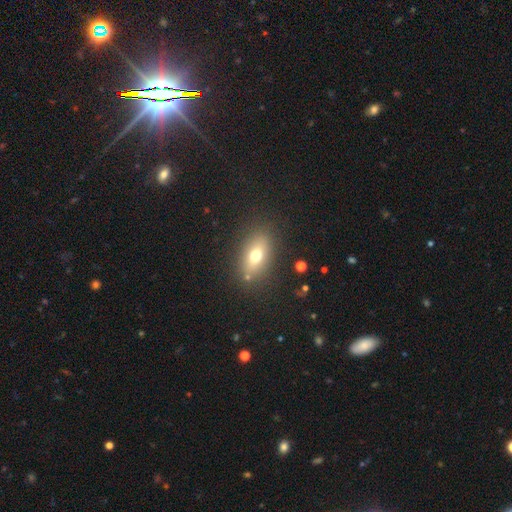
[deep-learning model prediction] A smooth galaxy with no disk features (68%) that is in between round and cigar-shaped (81%).

Vote fractions:
- Smooth or featured? smooth: 68% / featured or disk: 20% / star or artifact: 12%
- How rounded? in between: 81% / round: 14% / cigar-shaped: 5%
- Merging? none: 81% / minor disturbance: 11% / major disturbance: 4% / merger: 3%